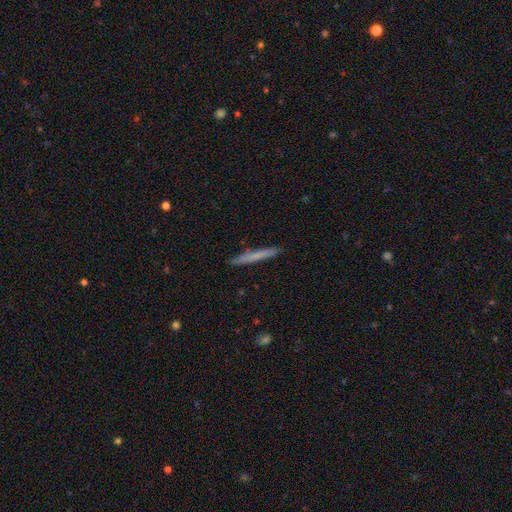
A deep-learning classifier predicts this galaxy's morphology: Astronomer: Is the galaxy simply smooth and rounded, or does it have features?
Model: smooth — 65%.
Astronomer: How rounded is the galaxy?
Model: cigar-shaped — 97%.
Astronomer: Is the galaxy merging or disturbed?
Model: none — 91%.